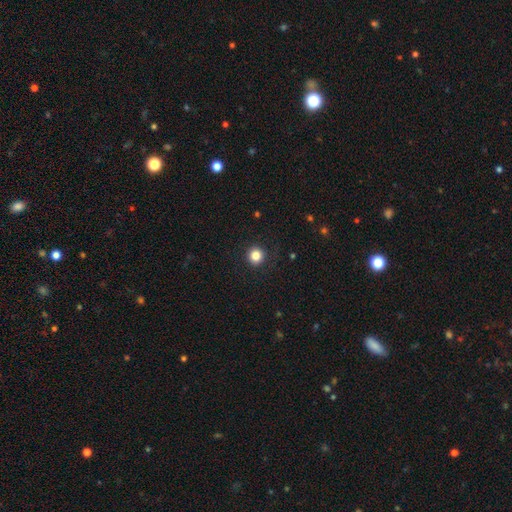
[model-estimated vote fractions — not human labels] smooth_or_featured: smooth (p=0.84) [alt: star or artifact p=0.11]
how_rounded: round (p=0.95) [alt: in between p=0.04]
merging: none (p=0.92) [alt: minor disturbance p=0.05]